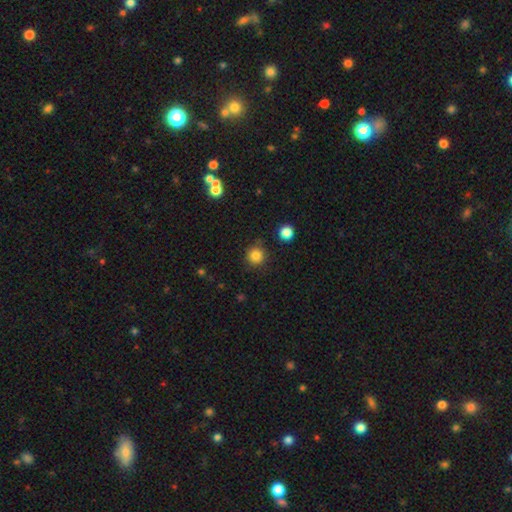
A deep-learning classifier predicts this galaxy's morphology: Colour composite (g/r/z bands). It shows a smooth galaxy with no disk features (84%) that is round (94%). Merging: none (85%).